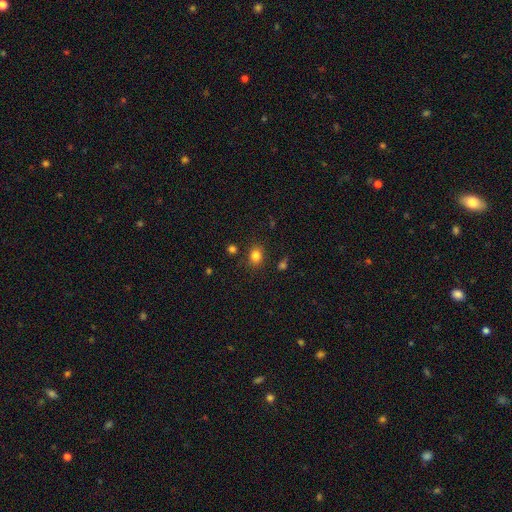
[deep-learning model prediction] smooth 82%, star or artifact 12%, featured or disk 6%. Down the decision tree: how rounded — round (61%); merging — none (83%).